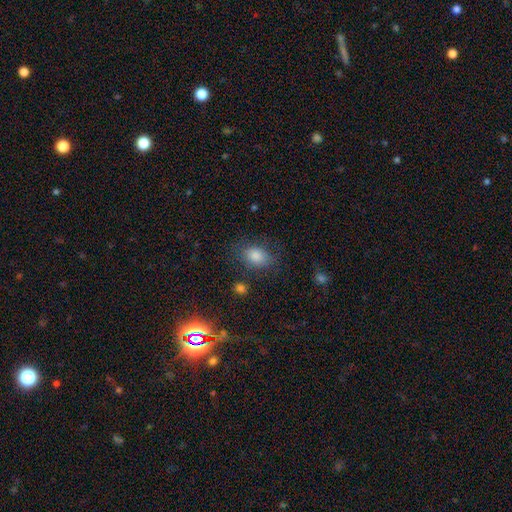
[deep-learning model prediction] Q: Smooth or featured?
A: smooth (76%); runner-up: star or artifact (15%)
Q: How rounded?
A: in between (73%); runner-up: round (26%)
Q: Merging?
A: none (76%); runner-up: minor disturbance (16%)